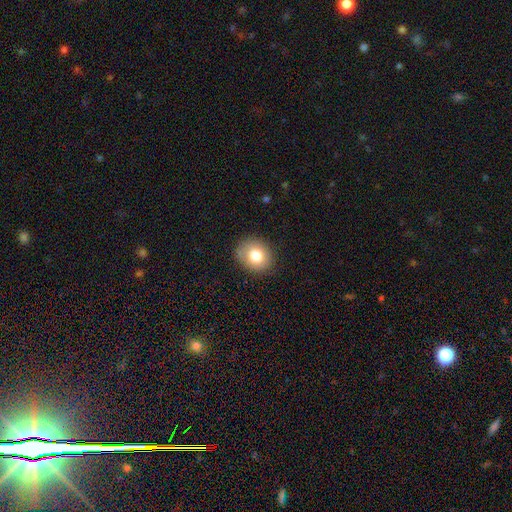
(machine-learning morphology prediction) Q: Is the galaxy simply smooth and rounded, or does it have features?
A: smooth — 79%.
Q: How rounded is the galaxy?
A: round — 65%.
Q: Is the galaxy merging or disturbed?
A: none — 84%.